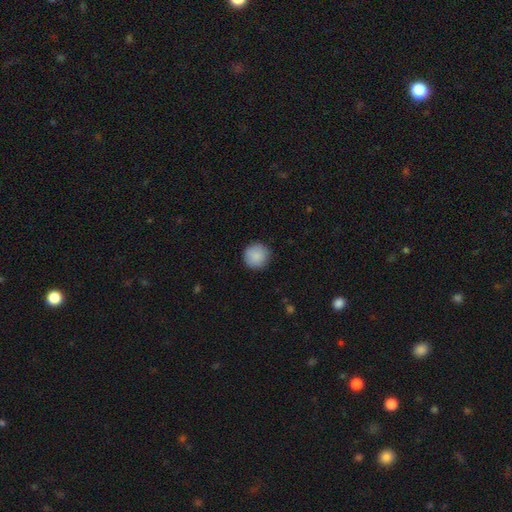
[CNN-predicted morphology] Smooth or featured? smooth (89%)
How rounded? round (95%)
Merging? none (90%)